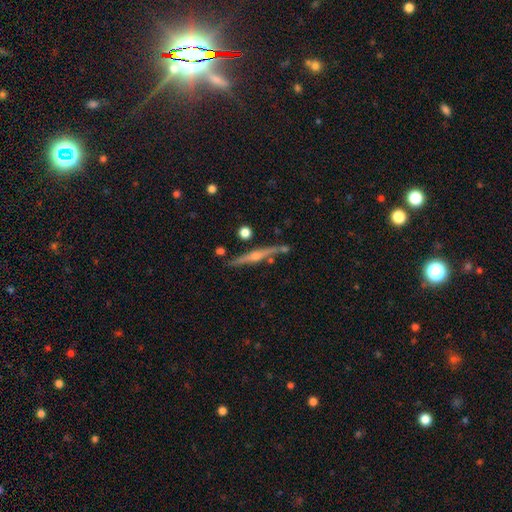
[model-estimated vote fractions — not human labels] Smooth or featured? featured or disk (78%)
Edge-on disk? yes (97%)
Edge-on bulge? rounded (84%)
Merging? none (83%)